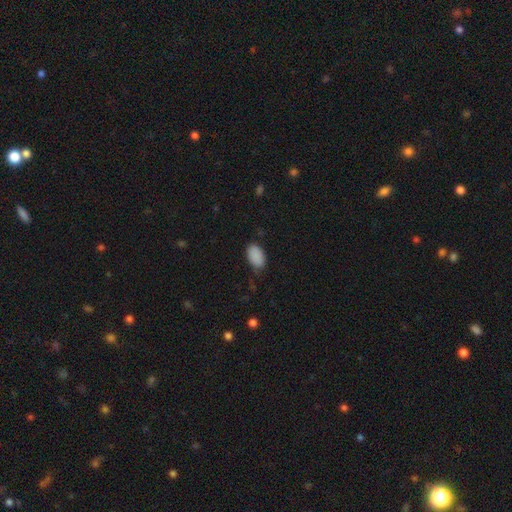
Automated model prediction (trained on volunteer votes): Q: Smooth or featured?
A: smooth (89%); runner-up: star or artifact (8%)
Q: How rounded?
A: in between (93%); runner-up: round (6%)
Q: Merging?
A: none (74%); runner-up: minor disturbance (21%)